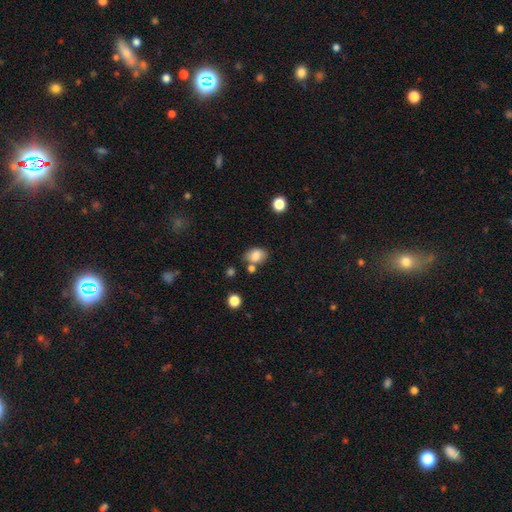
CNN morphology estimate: type=smooth (80%); roundness=in between (73%); merging=none (63%).